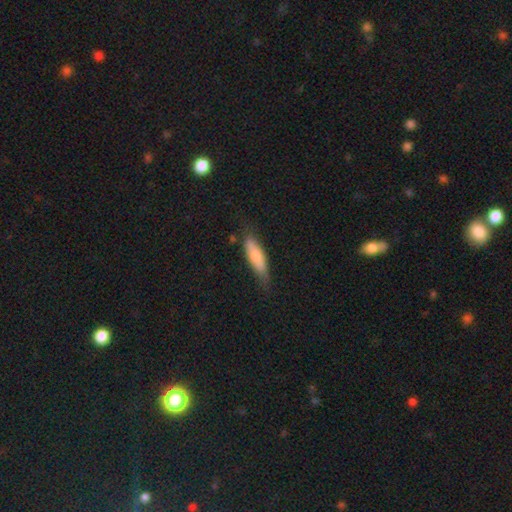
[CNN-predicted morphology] Smooth or featured: smooth — 64% (featured or disk — 29%)
How rounded: cigar-shaped — 63% (in between — 35%)
Merging: none — 69% (minor disturbance — 25%)